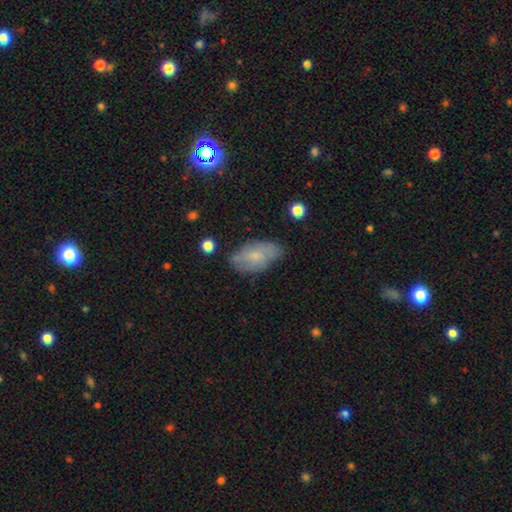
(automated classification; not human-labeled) Smooth or featured? Predicted: smooth (p=0.58). How rounded? Predicted: in between (p=0.92). Merging? Predicted: none (p=0.70).